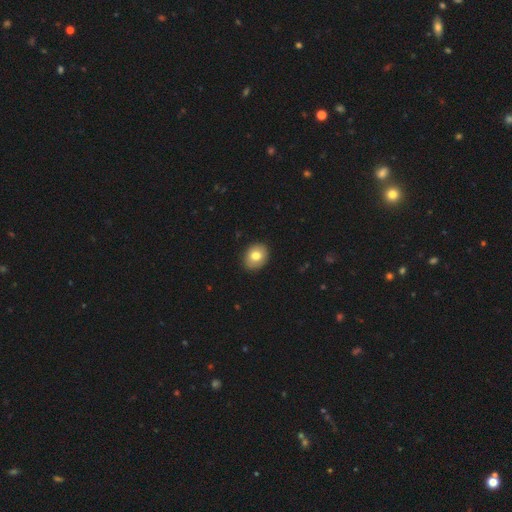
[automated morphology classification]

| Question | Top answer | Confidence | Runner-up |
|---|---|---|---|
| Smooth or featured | smooth | 78% | featured or disk (14%) |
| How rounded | round | 52% | in between (47%) |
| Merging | none | 88% | minor disturbance (9%) |